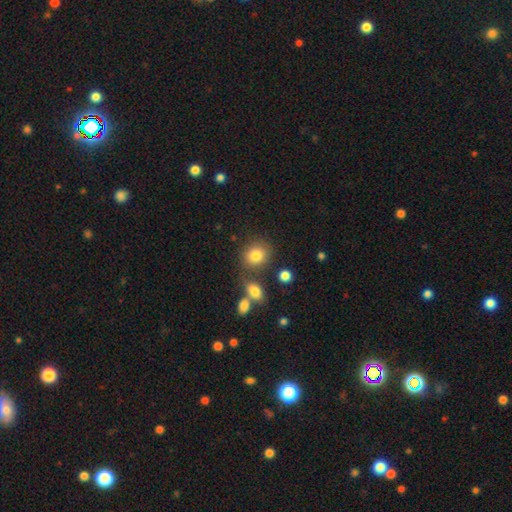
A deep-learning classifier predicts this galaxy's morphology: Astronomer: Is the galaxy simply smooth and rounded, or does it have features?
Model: smooth — 81%.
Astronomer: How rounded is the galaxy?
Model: round — 69%.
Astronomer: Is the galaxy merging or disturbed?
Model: none — 71%.